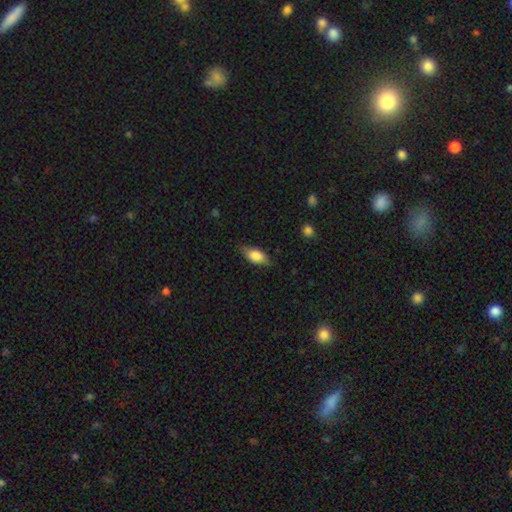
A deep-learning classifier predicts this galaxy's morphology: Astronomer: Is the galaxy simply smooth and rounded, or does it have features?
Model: smooth — 78%.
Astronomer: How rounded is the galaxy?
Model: in between — 85%.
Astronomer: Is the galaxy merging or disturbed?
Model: none — 78%.